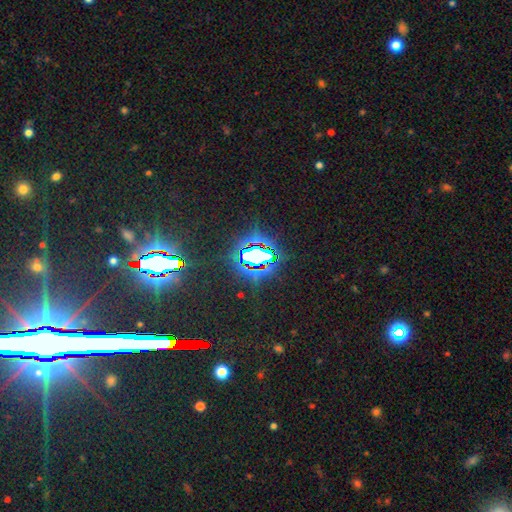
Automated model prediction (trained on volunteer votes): Smooth or featured? star or artifact (76%)